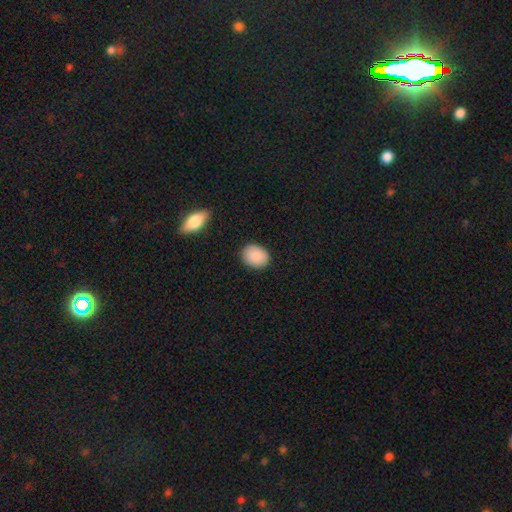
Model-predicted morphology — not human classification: This is clearly a smooth galaxy (89%). How rounded: possibly in between (52%). Merging: clearly none (88%).